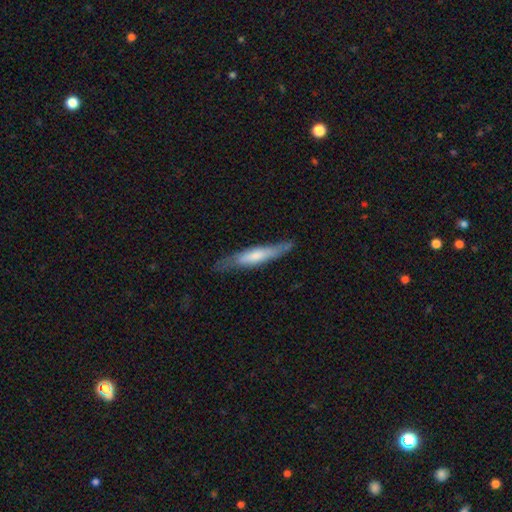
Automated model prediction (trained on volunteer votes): The model was most divided on "smooth or featured": smooth: 56%, featured or disk: 39%, star or artifact: 6%. More confident: how rounded — cigar-shaped (86%); merging — none (72%).